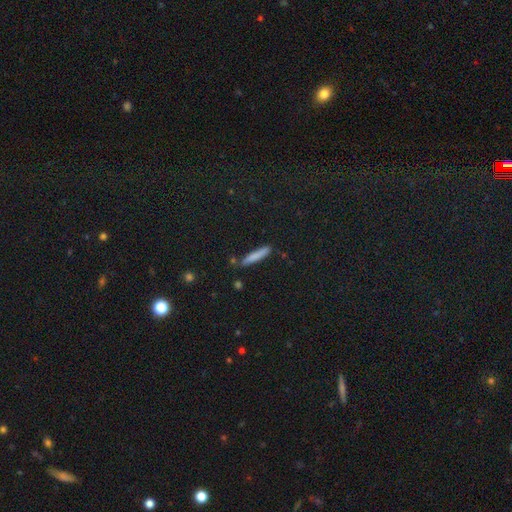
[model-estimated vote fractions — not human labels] A smooth galaxy with no disk features (78%) that is cigar-shaped (93%).

Vote fractions:
- Smooth or featured? smooth: 78% / featured or disk: 14% / star or artifact: 7%
- How rounded? cigar-shaped: 93% / in between: 6% / round: 1%
- Merging? none: 83% / minor disturbance: 11% / merger: 4% / major disturbance: 2%